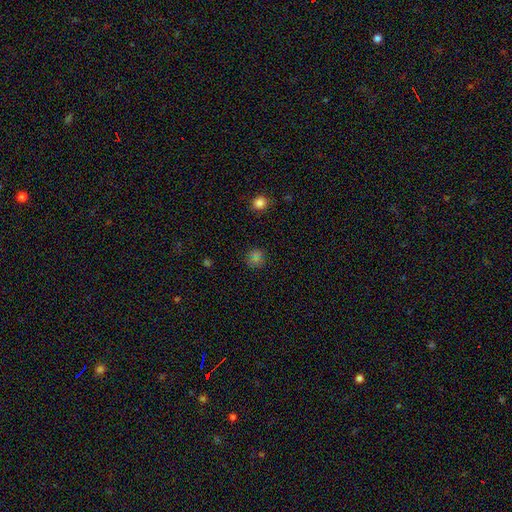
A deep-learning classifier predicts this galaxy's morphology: Q: Smooth or featured?
A: smooth (72%); runner-up: star or artifact (23%)
Q: How rounded?
A: round (90%); runner-up: in between (9%)
Q: Merging?
A: none (87%); runner-up: minor disturbance (9%)